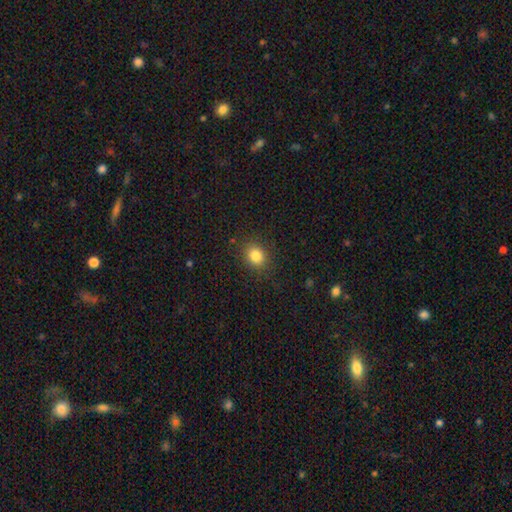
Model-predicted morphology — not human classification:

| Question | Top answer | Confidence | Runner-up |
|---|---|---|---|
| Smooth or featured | smooth | 83% | star or artifact (12%) |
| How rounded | round | 68% | in between (31%) |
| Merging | none | 87% | minor disturbance (9%) |